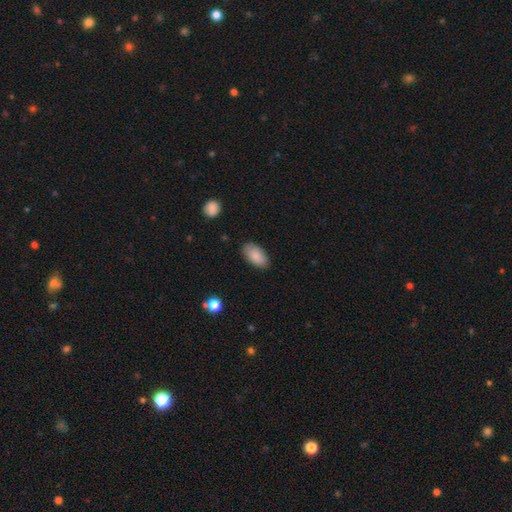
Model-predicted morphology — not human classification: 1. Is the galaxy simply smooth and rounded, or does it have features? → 86% smooth, 7% featured or disk, 7% star or artifact.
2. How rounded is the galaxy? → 94% in between, 3% round, 3% cigar-shaped.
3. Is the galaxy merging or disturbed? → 84% none, 12% minor disturbance, 3% major disturbance, 1% merger.